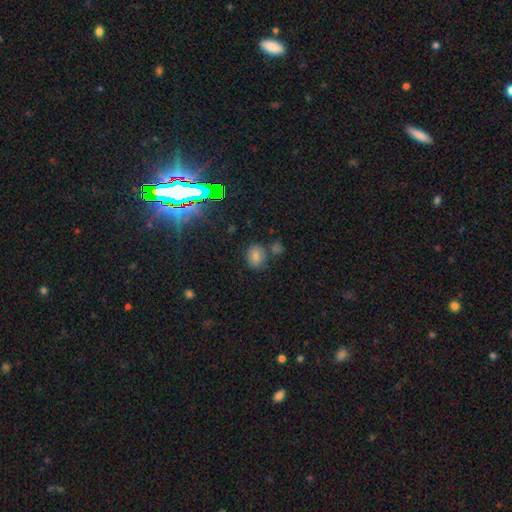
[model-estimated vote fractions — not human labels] Overall: smooth (57%; star or artifact 32%). How rounded: in between (50%; round 48%). Merging: none (73%).